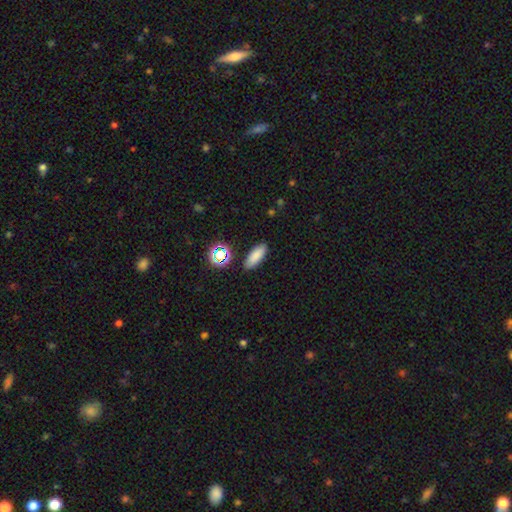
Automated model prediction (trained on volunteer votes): Overall: smooth (81%). How rounded: in between (68%). Merging: none (87%).